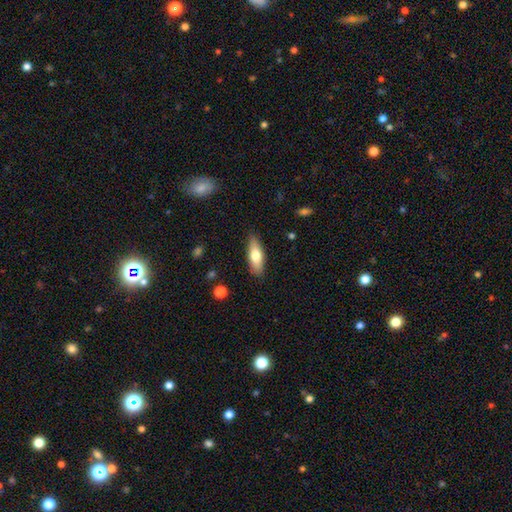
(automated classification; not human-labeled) Smooth or featured: smooth — 69% (featured or disk — 25%)
How rounded: in between — 60% (cigar-shaped — 38%)
Merging: none — 87% (minor disturbance — 10%)